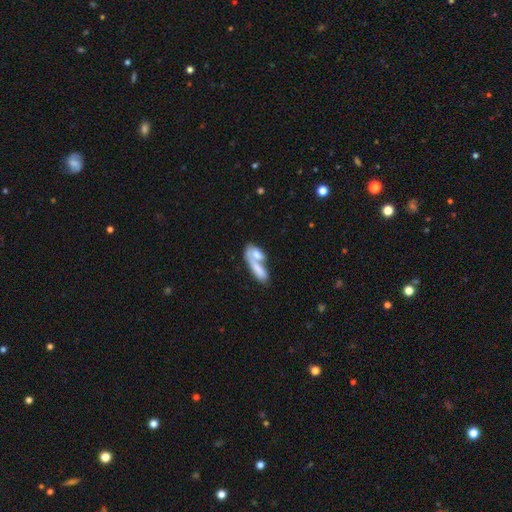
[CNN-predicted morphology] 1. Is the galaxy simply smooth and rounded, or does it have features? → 66% smooth, 27% featured or disk, 7% star or artifact.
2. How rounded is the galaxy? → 67% in between, 26% cigar-shaped, 7% round.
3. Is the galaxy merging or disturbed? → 64% merger, 20% none, 8% major disturbance, 8% minor disturbance.